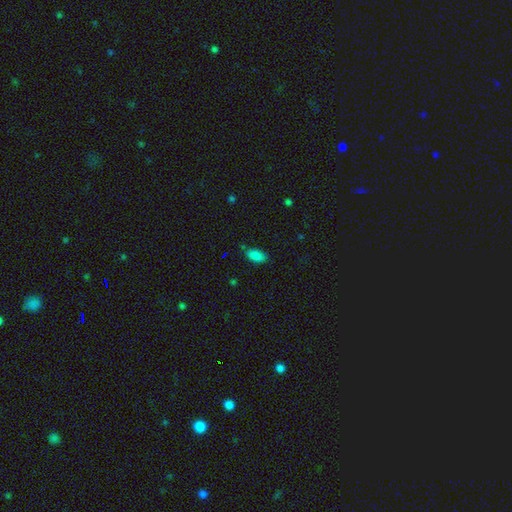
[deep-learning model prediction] Smooth or featured? smooth (87%)
How rounded? in between (91%)
Merging? none (79%)